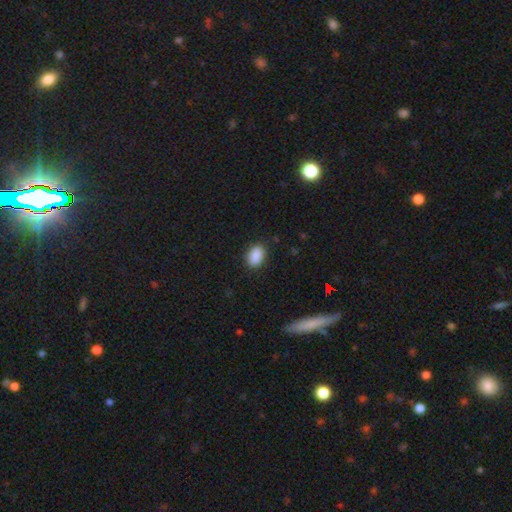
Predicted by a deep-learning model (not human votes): Smooth or featured: smooth — 89% (star or artifact — 8%)
How rounded: in between — 86% (round — 13%)
Merging: none — 86% (minor disturbance — 10%)